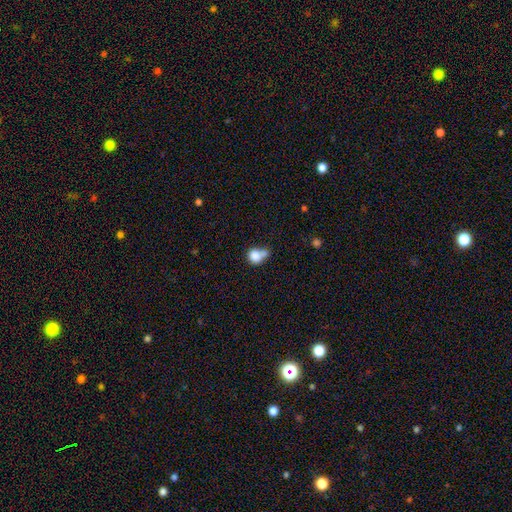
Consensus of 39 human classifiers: Smooth or featured?
  - smooth: 79% *
  - featured or disk: 15%
  - star or artifact: 5%
How rounded?
  - round: 74% *
  - in between: 19%
  - cigar-shaped: 6%
Merging?
  - merger: 57% *
  - none: 30%
  - minor disturbance: 8%
  - major disturbance: 5%